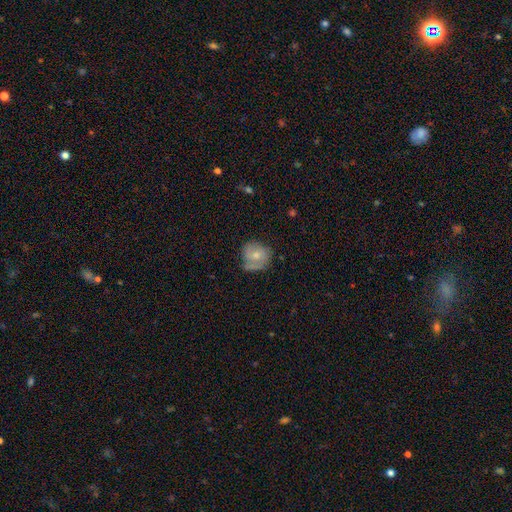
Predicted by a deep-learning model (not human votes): Smooth or featured: smooth — 53% (featured or disk — 40%)
How rounded: round — 75% (in between — 24%)
Merging: none — 56% (minor disturbance — 29%)